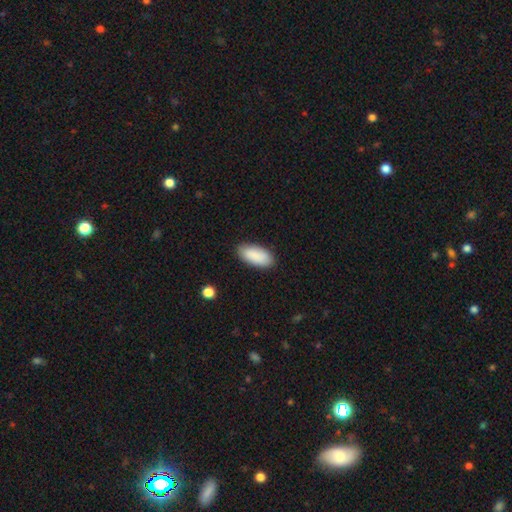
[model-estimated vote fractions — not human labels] This is clearly a smooth galaxy (90%). How rounded: clearly in between (91%). Merging: clearly none (87%).